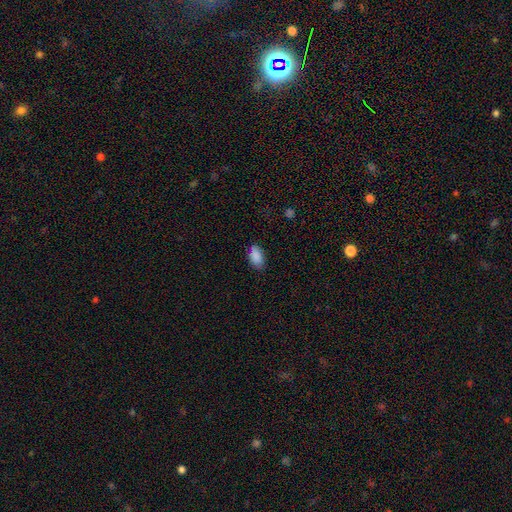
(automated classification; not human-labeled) Smooth or featured? smooth (88%)
How rounded? in between (93%)
Merging? none (78%)